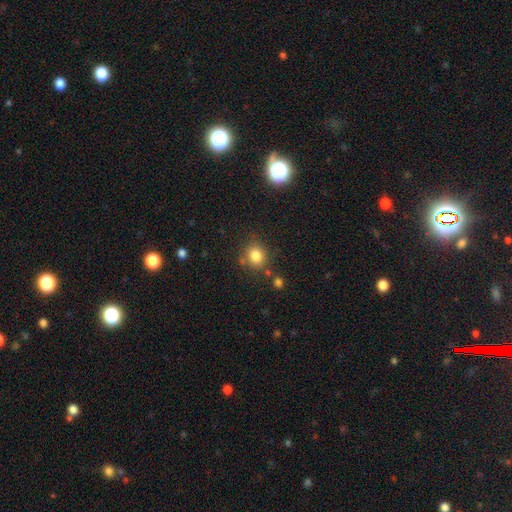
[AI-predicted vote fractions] A smooth galaxy with no disk features (81%) that is round (80%). Merging: none (76%).